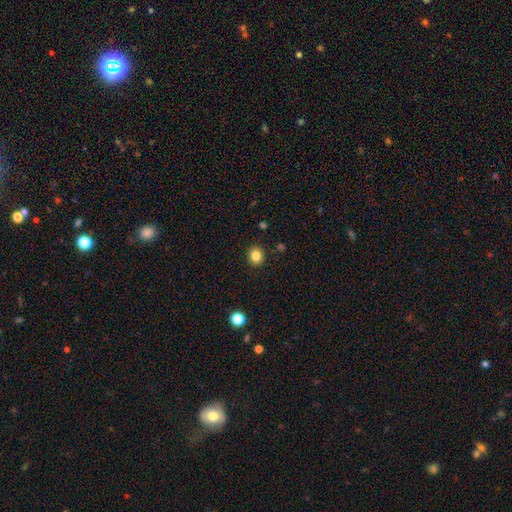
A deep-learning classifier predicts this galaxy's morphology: Smooth or featured? smooth (84%)
How rounded? round (78%)
Merging? none (91%)